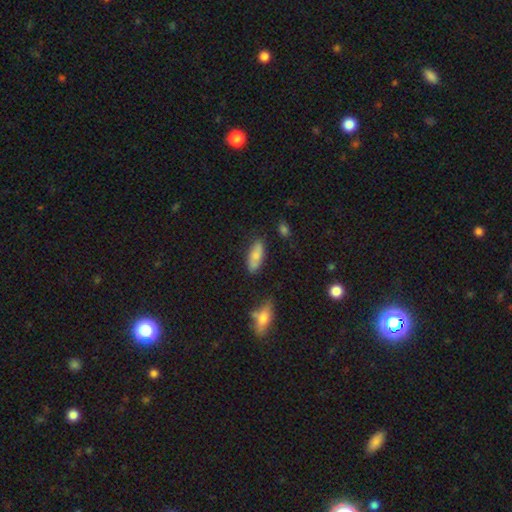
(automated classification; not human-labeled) Smooth or featured?
  - smooth: 76% *
  - featured or disk: 17%
  - star or artifact: 7%
How rounded?
  - in between: 75% *
  - cigar-shaped: 22%
  - round: 2%
Merging?
  - none: 79% *
  - minor disturbance: 15%
  - merger: 3%
  - major disturbance: 3%